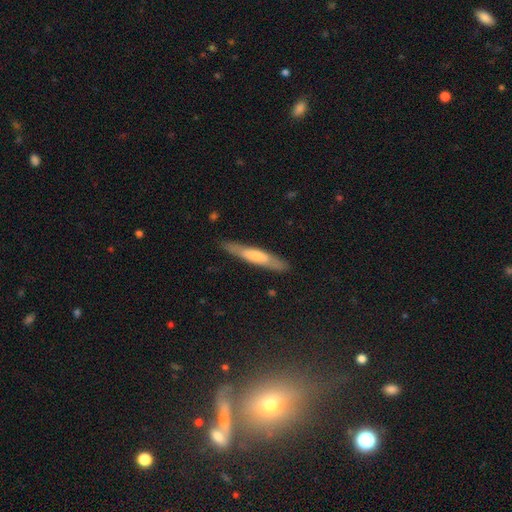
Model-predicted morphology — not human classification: Q: Smooth or featured?
A: smooth (54%); runner-up: featured or disk (40%)
Q: How rounded?
A: cigar-shaped (91%); runner-up: in between (8%)
Q: Merging?
A: none (85%); runner-up: minor disturbance (12%)